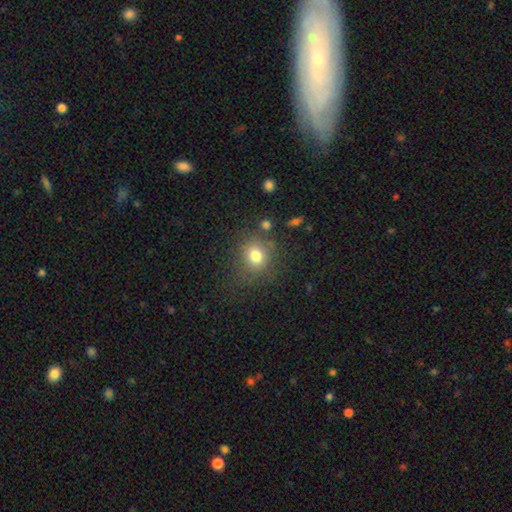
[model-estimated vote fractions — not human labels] This appears to be a smooth galaxy with no disk features (77%) that is round (81%). Merging: none (75%).